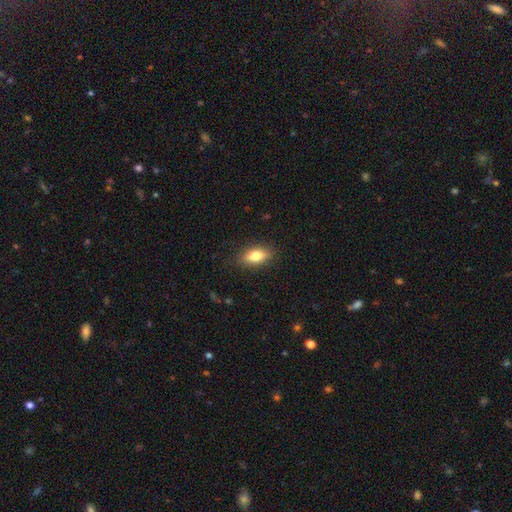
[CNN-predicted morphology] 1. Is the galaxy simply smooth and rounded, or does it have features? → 74% smooth, 18% featured or disk, 8% star or artifact.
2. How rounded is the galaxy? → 79% in between, 15% cigar-shaped, 6% round.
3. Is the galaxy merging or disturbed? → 86% none, 11% minor disturbance, 3% major disturbance, 1% merger.